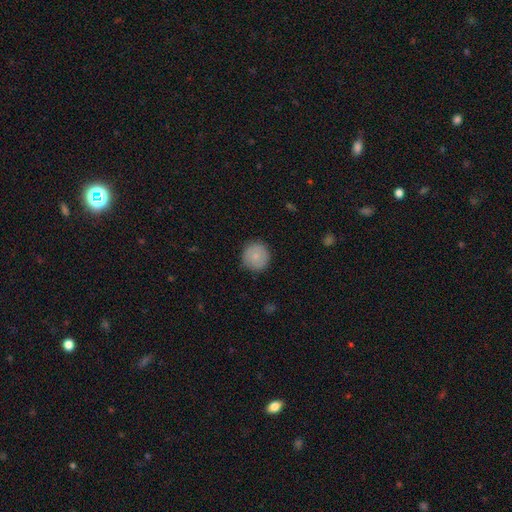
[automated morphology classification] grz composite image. It shows a smooth galaxy with no disk features (81%) that is round (94%). Merging: none (87%).